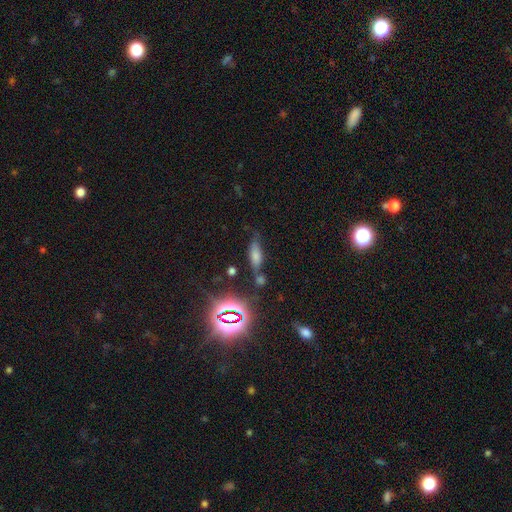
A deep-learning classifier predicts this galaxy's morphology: smooth_or_featured: smooth (p=0.60) [alt: star or artifact p=0.21]
how_rounded: in between (p=0.55) [alt: cigar-shaped p=0.41]
merging: none (p=0.57) [alt: minor disturbance p=0.22]